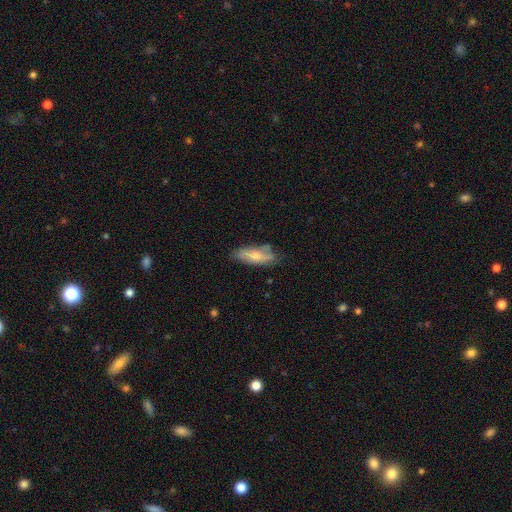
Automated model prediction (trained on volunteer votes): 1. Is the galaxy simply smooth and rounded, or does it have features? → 67% smooth, 27% featured or disk, 6% star or artifact.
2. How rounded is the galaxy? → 65% in between, 33% cigar-shaped, 2% round.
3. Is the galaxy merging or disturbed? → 61% none, 27% minor disturbance, 7% major disturbance, 5% merger.